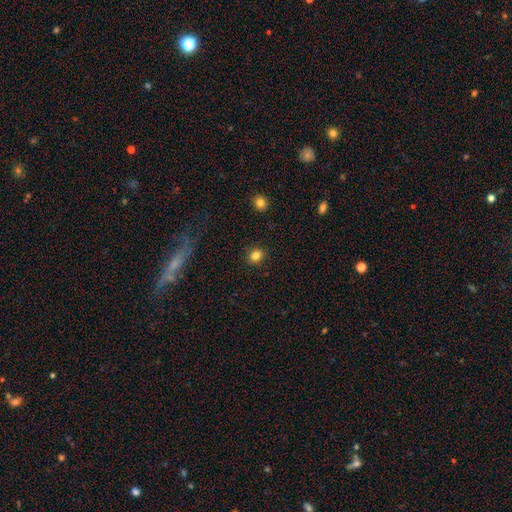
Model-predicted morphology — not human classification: Smooth or featured? Predicted: smooth (p=0.83). How rounded? Predicted: round (p=0.75). Merging? Predicted: none (p=0.90).